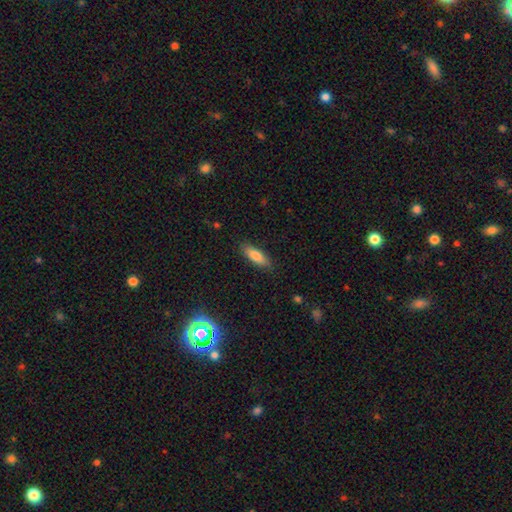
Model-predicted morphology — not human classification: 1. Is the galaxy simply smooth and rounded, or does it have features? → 79% smooth, 14% featured or disk, 7% star or artifact.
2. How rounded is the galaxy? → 56% in between, 42% cigar-shaped, 2% round.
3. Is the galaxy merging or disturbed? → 86% none, 10% minor disturbance, 2% major disturbance, 1% merger.